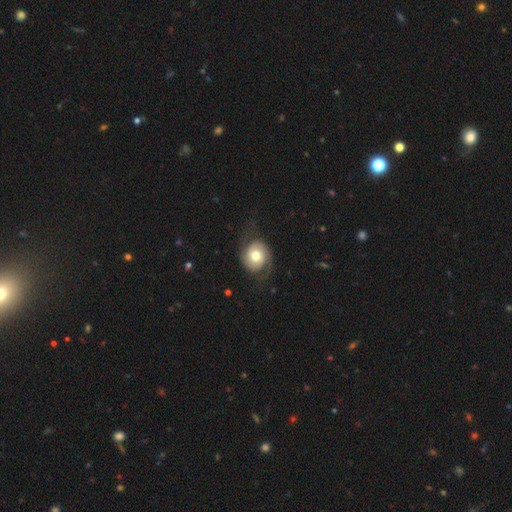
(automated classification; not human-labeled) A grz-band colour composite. It shows a featured or disk galaxy (64%) with no bar (74%), 2 (88%) medium (39%) spiral arms (86%) and a moderate central bulge (71%). Merging: none (67%).